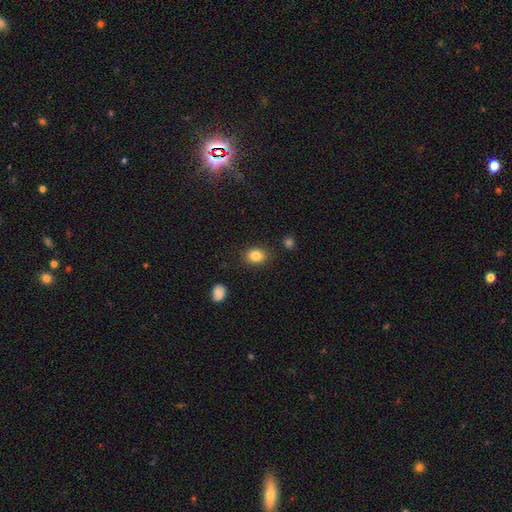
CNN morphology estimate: Smooth or featured? smooth (84%)
How rounded? in between (58%)
Merging? none (85%)